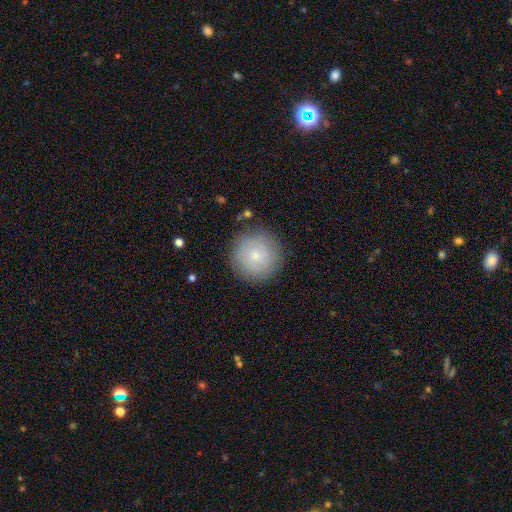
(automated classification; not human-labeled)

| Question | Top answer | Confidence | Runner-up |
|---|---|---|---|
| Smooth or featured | smooth | 71% | featured or disk (20%) |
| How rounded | round | 96% | in between (3%) |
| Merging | none | 86% | minor disturbance (9%) |